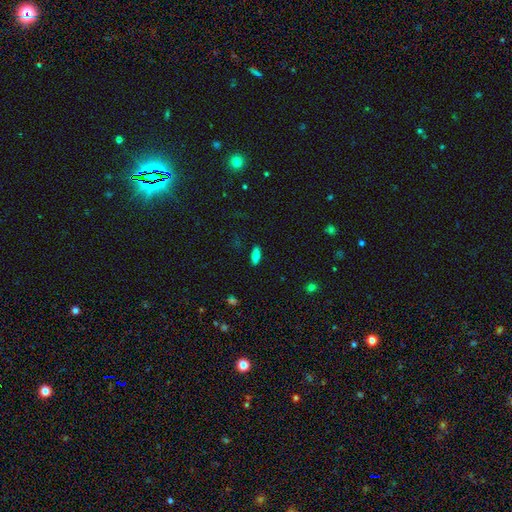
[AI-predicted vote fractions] Smooth or featured: smooth — 77% (featured or disk — 13%)
How rounded: in between — 77% (cigar-shaped — 20%)
Merging: none — 86% (minor disturbance — 10%)